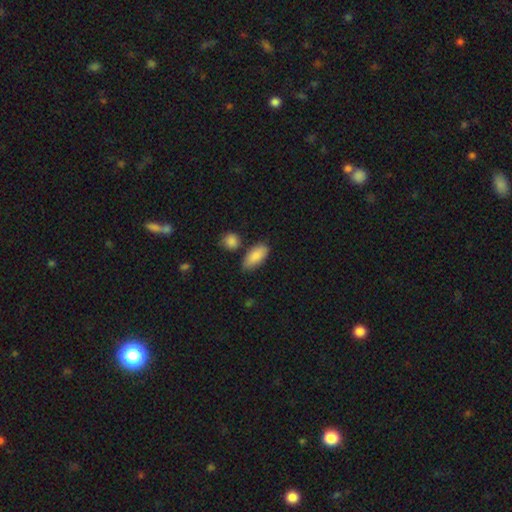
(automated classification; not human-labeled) smooth-or-featured: smooth: 87% | featured or disk: 7% | star or artifact: 6%
  how-rounded: in between: 89% | cigar-shaped: 8% | round: 3%
  merging: none: 75% | minor disturbance: 15% | merger: 7% | major disturbance: 3%